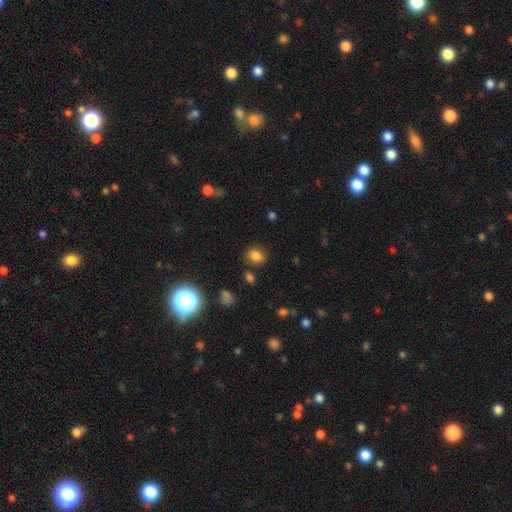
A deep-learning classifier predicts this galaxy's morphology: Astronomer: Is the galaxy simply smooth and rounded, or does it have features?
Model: smooth — 81%.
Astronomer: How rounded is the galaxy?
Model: in between — 50% (runner-up: round, 49%).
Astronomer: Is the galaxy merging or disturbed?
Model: none — 80%.